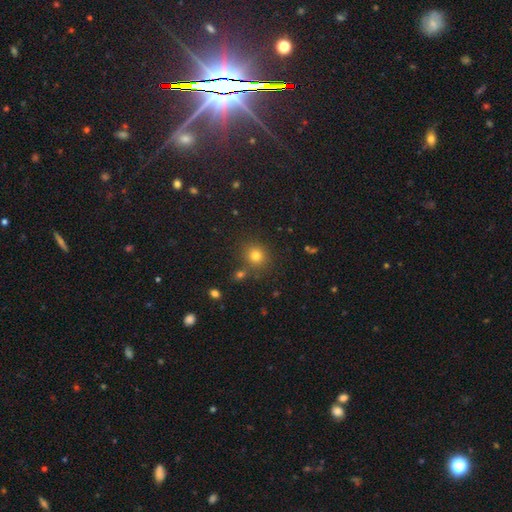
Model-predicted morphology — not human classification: Smooth or featured? Predicted: smooth (p=0.77). How rounded? Predicted: round (p=0.87). Merging? Predicted: none (p=0.79).